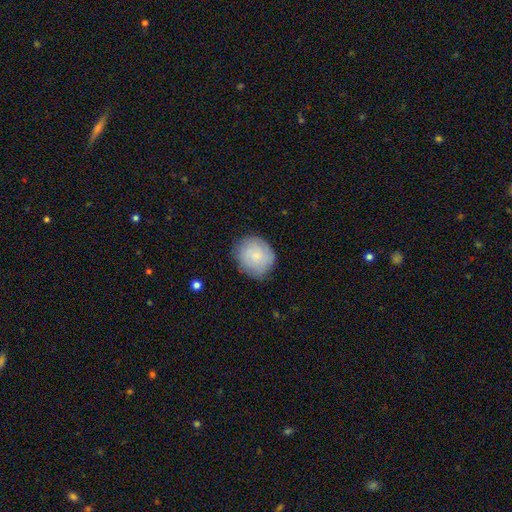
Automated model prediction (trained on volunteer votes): Overall: smooth (72%). How rounded: round (81%). Merging: none (80%).